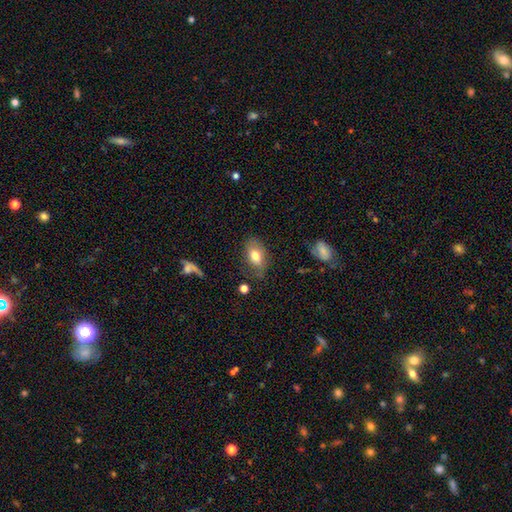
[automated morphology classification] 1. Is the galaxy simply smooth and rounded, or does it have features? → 73% smooth, 19% featured or disk, 8% star or artifact.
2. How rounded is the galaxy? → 89% in between, 9% round, 2% cigar-shaped.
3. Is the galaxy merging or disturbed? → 68% none, 22% minor disturbance, 7% major disturbance, 2% merger.